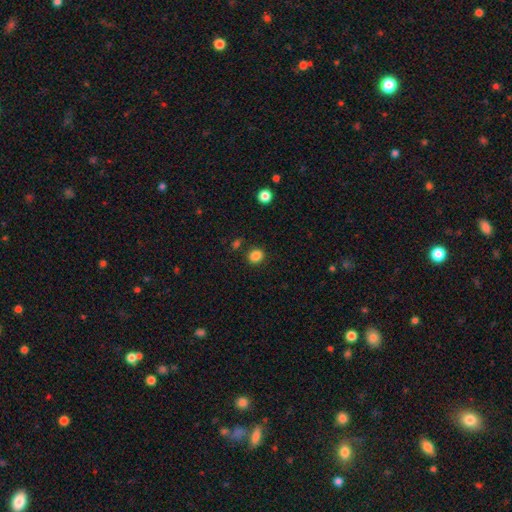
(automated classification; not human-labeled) smooth_or_featured: smooth (p=0.86) [alt: star or artifact p=0.11]
how_rounded: round (p=0.65) [alt: in between p=0.34]
merging: none (p=0.84) [alt: minor disturbance p=0.09]